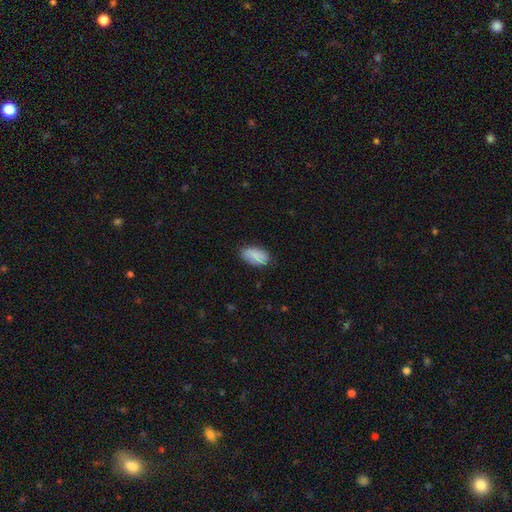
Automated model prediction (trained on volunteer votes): Smooth or featured? smooth (86%)
How rounded? in between (93%)
Merging? none (81%)